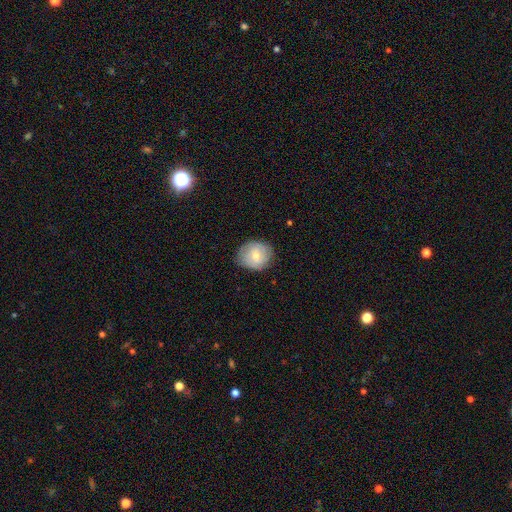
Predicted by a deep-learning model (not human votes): Q: Smooth or featured?
A: smooth (68%); runner-up: featured or disk (24%)
Q: How rounded?
A: round (70%); runner-up: in between (29%)
Q: Merging?
A: none (76%); runner-up: minor disturbance (19%)